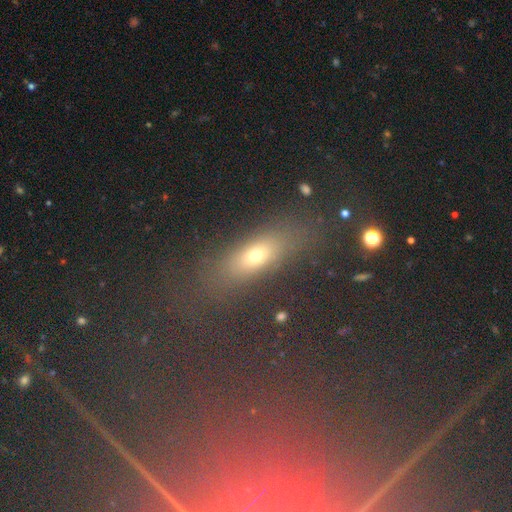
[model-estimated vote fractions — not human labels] Overall: smooth (67%). How rounded: in between (61%; cigar-shaped 27%). Merging: none (72%).